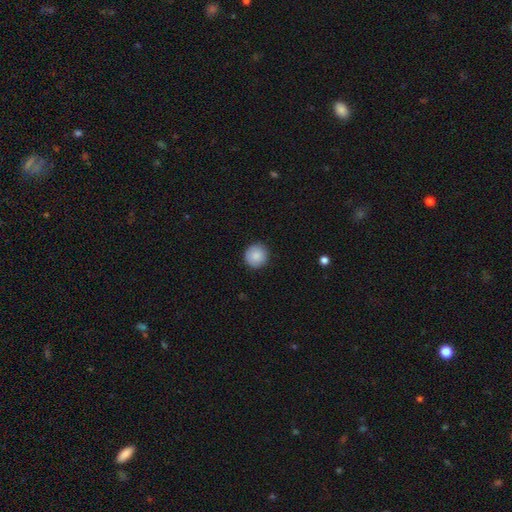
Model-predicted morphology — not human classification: smooth_or_featured: smooth (p=0.87) [alt: star or artifact p=0.07]
how_rounded: round (p=0.94) [alt: in between p=0.05]
merging: none (p=0.90) [alt: minor disturbance p=0.07]